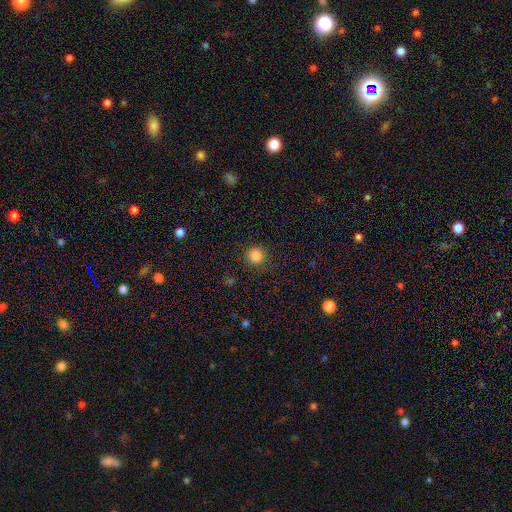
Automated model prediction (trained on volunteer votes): Smooth or featured? smooth (84%)
How rounded? round (94%)
Merging? none (89%)